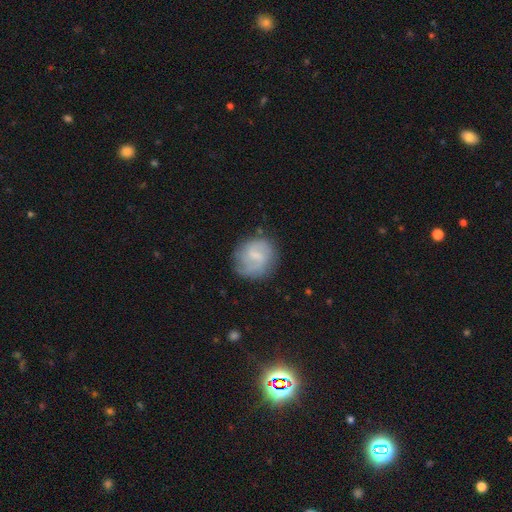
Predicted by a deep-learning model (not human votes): A featured or disk galaxy (55%) with a weak bar (60%), spiral arms (79%) and a small central bulge (43%).

Vote fractions:
- Smooth or featured? featured or disk: 55% / smooth: 38% / star or artifact: 7%
- Edge-on disk? no: 98% / yes: 2%
- Bar? weak: 60% / no: 23% / strong: 17%
- Spiral arms? yes: 79% / no: 21%
- Bulge size? small: 43% / none: 29% / moderate: 25% / large: 3% / dominant: 1%
- Merging? none: 69% / minor disturbance: 20% / major disturbance: 9% / merger: 2%